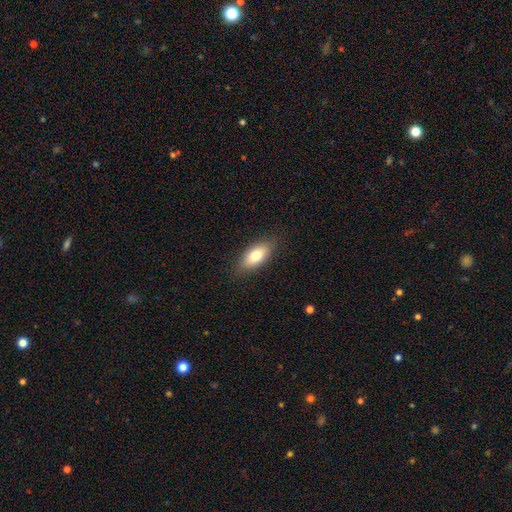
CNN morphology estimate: type=smooth (76%); roundness=in between (85%); merging=none (86%).